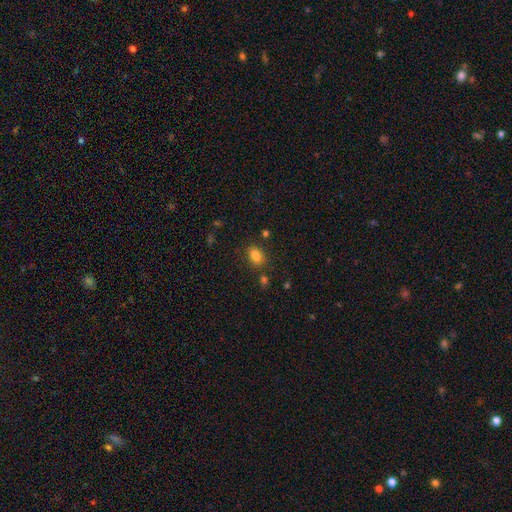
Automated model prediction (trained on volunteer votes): Smooth or featured? Predicted: smooth (p=0.82). How rounded? Predicted: in between (p=0.73). Merging? Predicted: none (p=0.79).